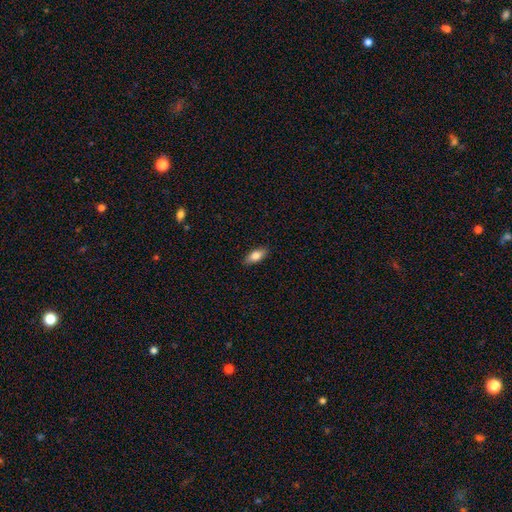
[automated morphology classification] smooth 80%, featured or disk 13%, star or artifact 7%. Down the decision tree: how rounded — in between (81%); merging — none (89%).